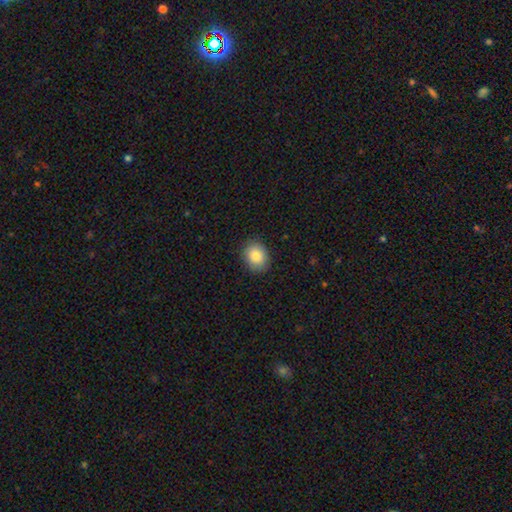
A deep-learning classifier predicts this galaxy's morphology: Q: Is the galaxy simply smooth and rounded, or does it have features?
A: smooth — 85%.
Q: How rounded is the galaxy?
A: in between — 50%.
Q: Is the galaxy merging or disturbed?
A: none — 88%.